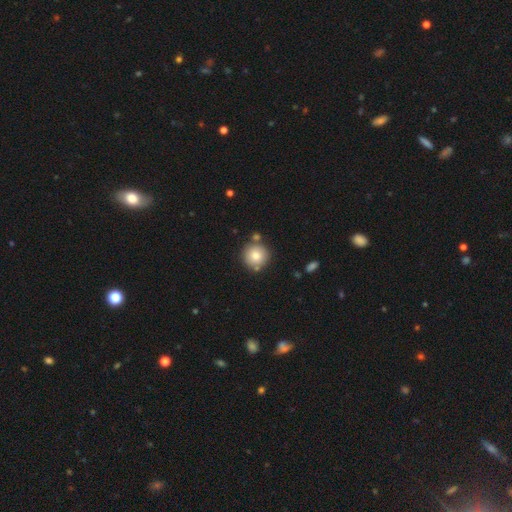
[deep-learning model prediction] smooth 80%, featured or disk 11%, star or artifact 9%. Down the decision tree: how rounded — round (94%); merging — none (77%).